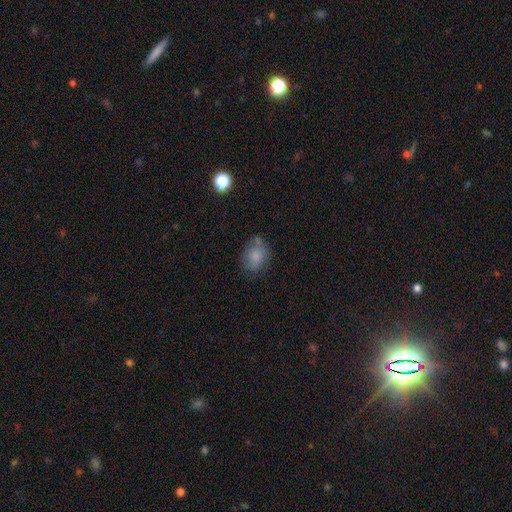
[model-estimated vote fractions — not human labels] Smooth or featured: smooth — 78% (featured or disk — 12%)
How rounded: in between — 68% (round — 30%)
Merging: none — 58% (minor disturbance — 27%)